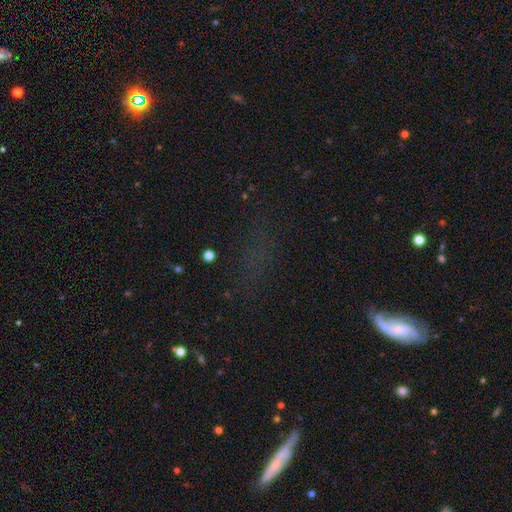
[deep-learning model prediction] The model was most divided on "smooth or featured": star or artifact: 51%, smooth: 31%, featured or disk: 18%.